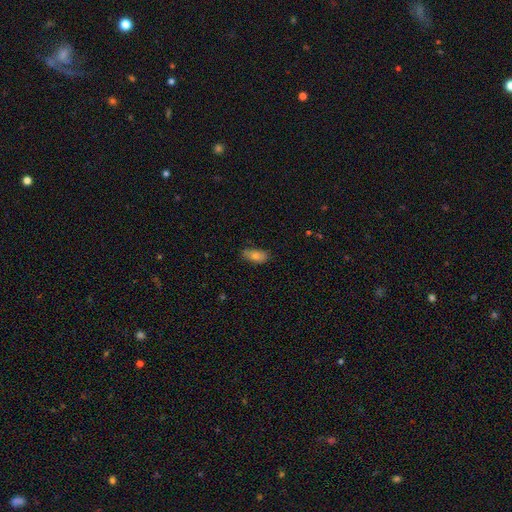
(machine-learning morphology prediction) Smooth or featured?
  - smooth: 73% *
  - featured or disk: 18%
  - star or artifact: 9%
How rounded?
  - in between: 86% *
  - cigar-shaped: 10%
  - round: 4%
Merging?
  - none: 78% *
  - minor disturbance: 18%
  - major disturbance: 3%
  - merger: 1%